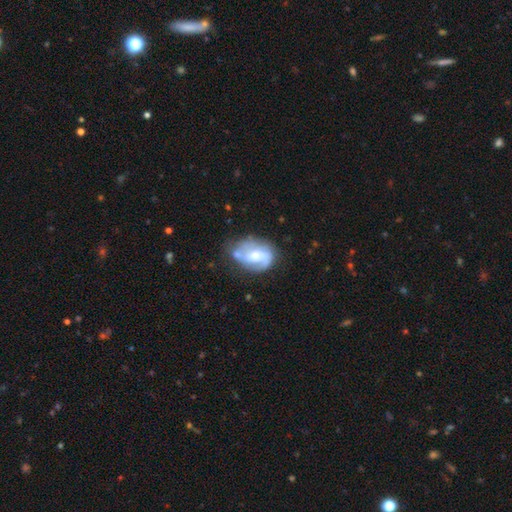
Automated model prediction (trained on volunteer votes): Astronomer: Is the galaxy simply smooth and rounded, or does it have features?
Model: featured or disk — 69%.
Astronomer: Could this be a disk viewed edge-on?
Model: no — 97%.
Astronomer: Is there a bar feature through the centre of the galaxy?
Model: weak — 44% (runner-up: no, 39%).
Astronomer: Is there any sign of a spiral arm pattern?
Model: yes — 81%.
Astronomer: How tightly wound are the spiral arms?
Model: medium — 44% (runner-up: tight, 31%).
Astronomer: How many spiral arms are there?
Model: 2 — 61%.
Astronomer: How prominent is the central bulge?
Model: moderate — 47% (runner-up: small, 38%).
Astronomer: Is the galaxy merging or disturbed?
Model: none — 48% (runner-up: minor disturbance, 26%).